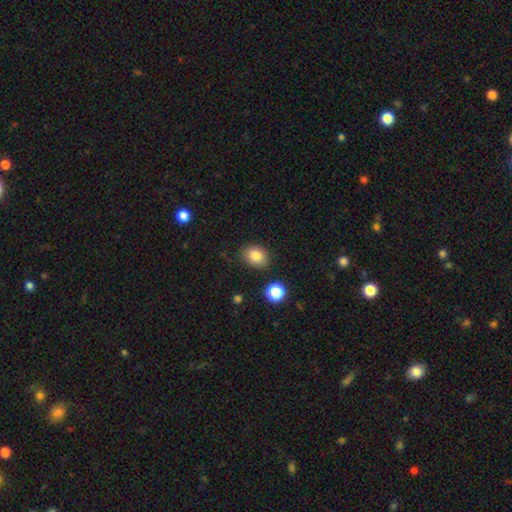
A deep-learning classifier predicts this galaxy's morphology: Q: Smooth or featured?
A: smooth (83%); runner-up: star or artifact (10%)
Q: How rounded?
A: in between (61%); runner-up: round (38%)
Q: Merging?
A: none (81%); runner-up: minor disturbance (13%)